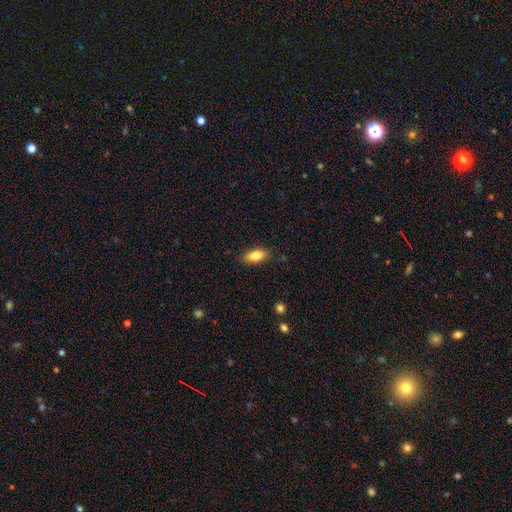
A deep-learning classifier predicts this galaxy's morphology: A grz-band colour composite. It shows a smooth galaxy with no disk features (83%) that is in between round and cigar-shaped (85%). Merging: none (85%).